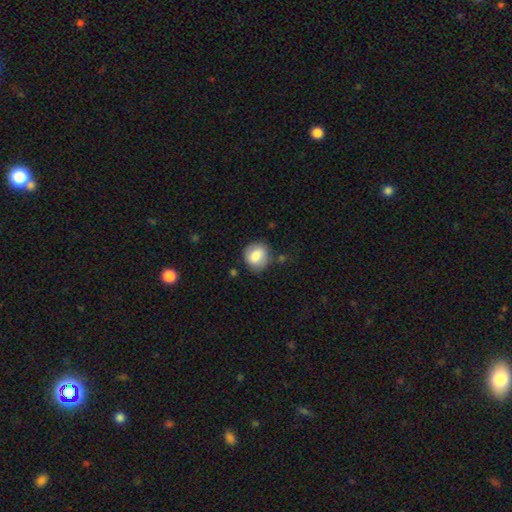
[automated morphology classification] type=smooth (78%); roundness=round (77%); merging=none (76%).